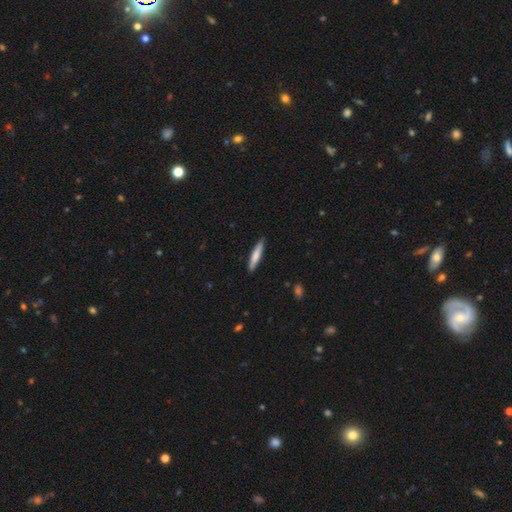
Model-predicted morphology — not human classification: Overall: smooth (72%). How rounded: cigar-shaped (89%). Merging: none (87%).